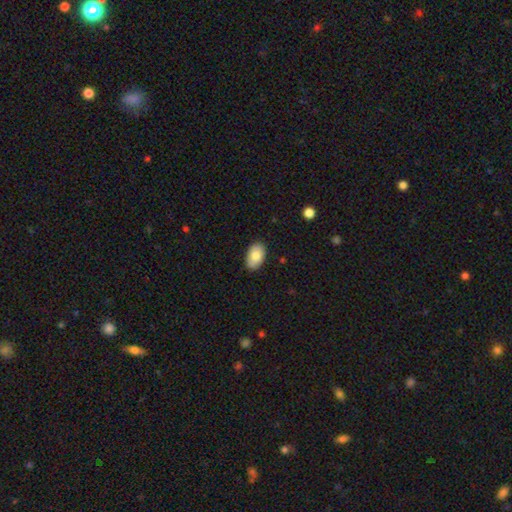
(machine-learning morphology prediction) Smooth or featured? smooth (81%)
How rounded? in between (91%)
Merging? none (83%)